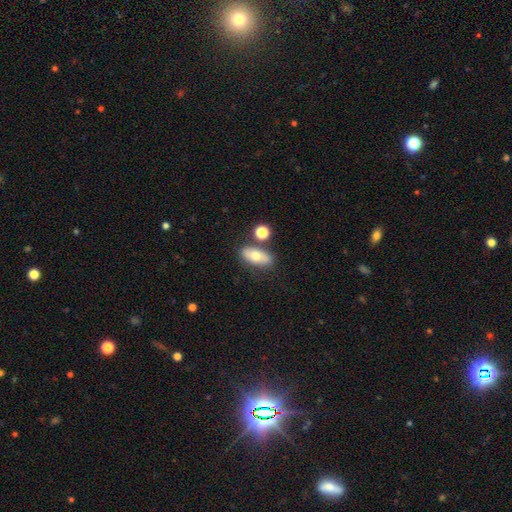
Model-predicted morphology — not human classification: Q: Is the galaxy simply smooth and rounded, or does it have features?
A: smooth — 62%.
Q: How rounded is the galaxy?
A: in between — 84%.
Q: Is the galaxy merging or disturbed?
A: none — 72%.